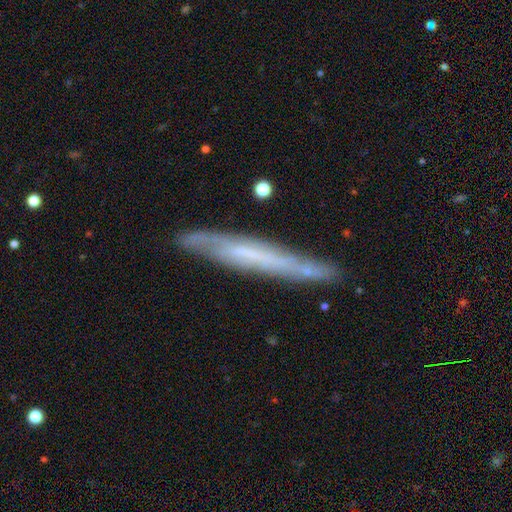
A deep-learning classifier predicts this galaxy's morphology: This is likely a featured or disk galaxy (64%). It is likely viewed edge-on (78%). Merging: likely none (78%).